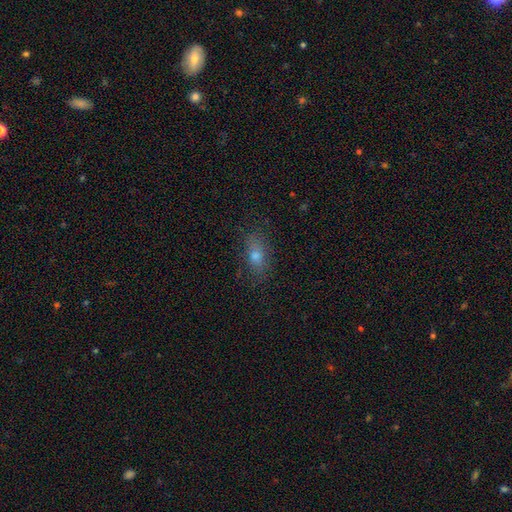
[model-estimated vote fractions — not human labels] This appears to be a smooth galaxy with no disk features (69%) that is in between round and cigar-shaped (75%). Merging: none (80%).